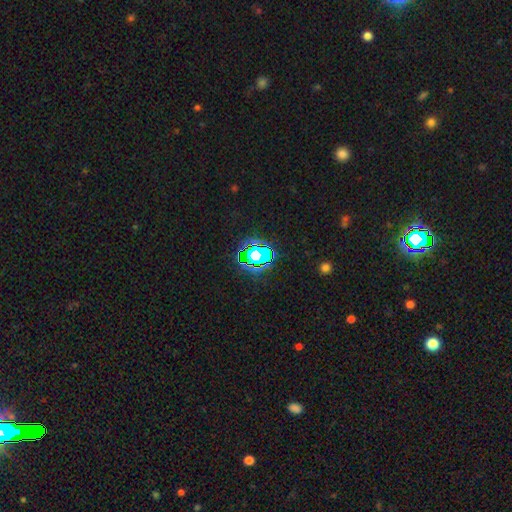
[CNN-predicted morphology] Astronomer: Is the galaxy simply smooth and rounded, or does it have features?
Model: star or artifact — 68%.